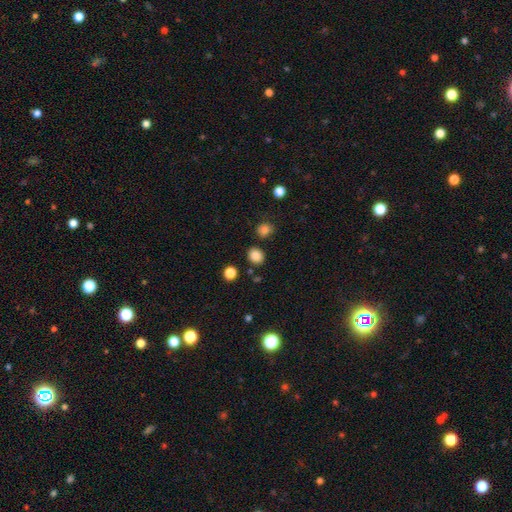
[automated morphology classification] Smooth or featured?
  - smooth: 85% *
  - star or artifact: 12%
  - featured or disk: 4%
How rounded?
  - round: 70% *
  - in between: 29%
  - cigar-shaped: 1%
Merging?
  - none: 83% *
  - minor disturbance: 8%
  - merger: 6%
  - major disturbance: 3%